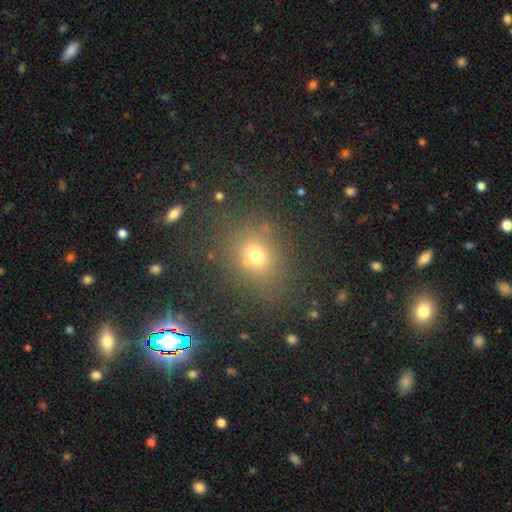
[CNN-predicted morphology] Smooth or featured?
  - smooth: 68% *
  - star or artifact: 22%
  - featured or disk: 10%
How rounded?
  - round: 57% *
  - in between: 41%
  - cigar-shaped: 2%
Merging?
  - none: 78% *
  - minor disturbance: 12%
  - major disturbance: 5%
  - merger: 5%